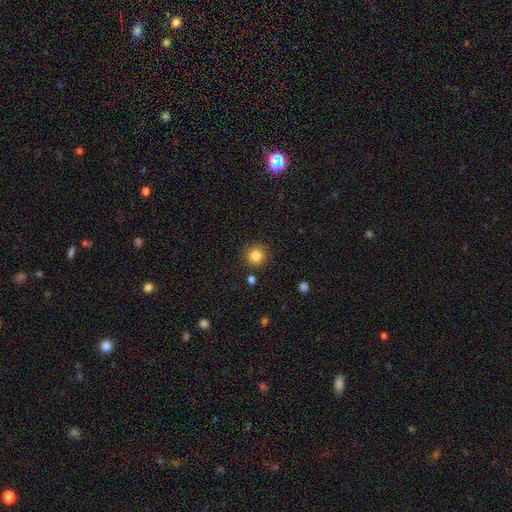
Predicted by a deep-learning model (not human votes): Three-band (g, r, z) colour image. It shows a smooth galaxy with no disk features (84%) that is round (93%). Merging: none (87%).